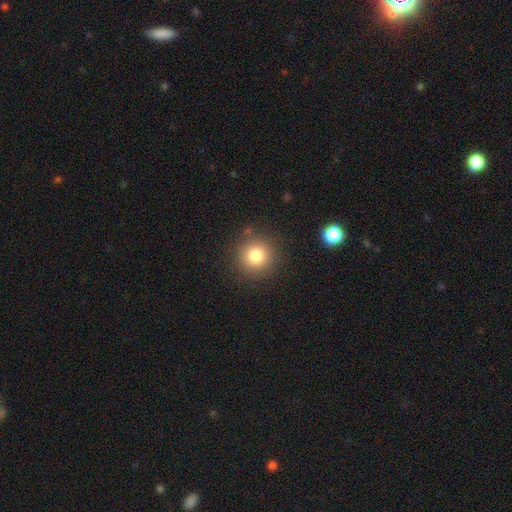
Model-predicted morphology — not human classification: Q: Smooth or featured?
A: smooth (80%); runner-up: star or artifact (12%)
Q: How rounded?
A: round (94%); runner-up: in between (5%)
Q: Merging?
A: none (87%); runner-up: minor disturbance (7%)